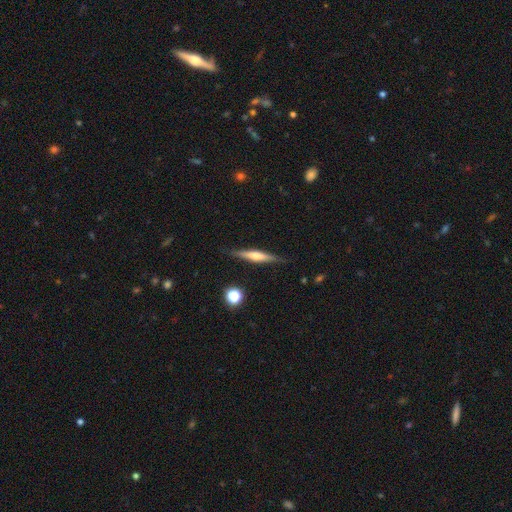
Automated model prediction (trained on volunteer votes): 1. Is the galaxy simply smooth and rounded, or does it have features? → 55% featured or disk, 38% smooth, 7% star or artifact.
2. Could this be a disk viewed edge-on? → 96% yes, 4% no.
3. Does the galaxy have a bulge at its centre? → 71% rounded, 16% none, 13% boxy.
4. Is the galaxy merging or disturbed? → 86% none, 10% minor disturbance, 2% major disturbance, 2% merger.